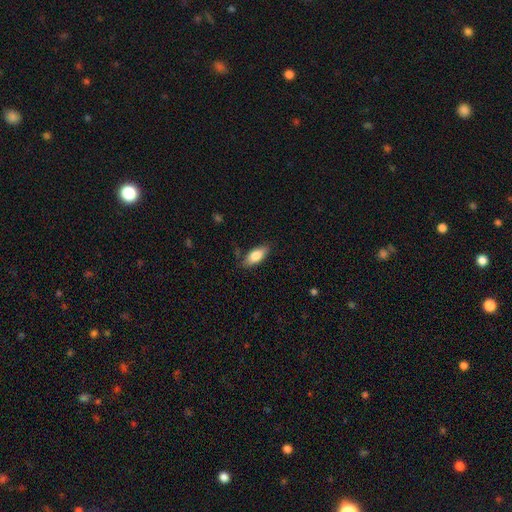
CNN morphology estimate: This is clearly a smooth galaxy (80%). How rounded: clearly in between (82%). Merging: likely none (80%).